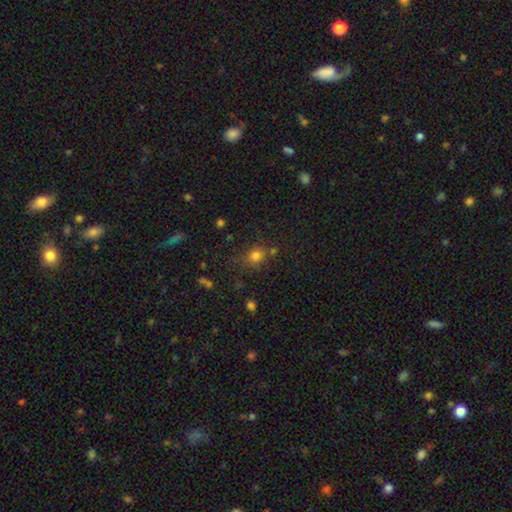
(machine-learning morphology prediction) A smooth galaxy with no disk features (77%) that is round (76%).

Vote fractions:
- Smooth or featured? smooth: 77% / star or artifact: 16% / featured or disk: 7%
- How rounded? round: 76% / in between: 23% / cigar-shaped: 1%
- Merging? none: 67% / minor disturbance: 16% / merger: 9% / major disturbance: 8%